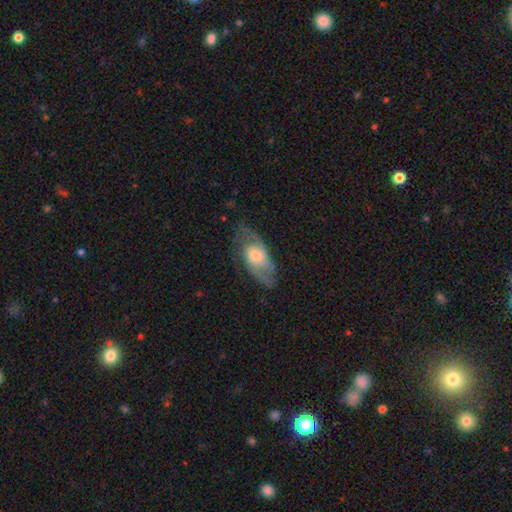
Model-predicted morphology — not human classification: Q: Smooth or featured?
A: featured or disk (62%); runner-up: smooth (31%)
Q: Edge-on disk?
A: no (89%); runner-up: yes (11%)
Q: Bar?
A: no (66%); runner-up: weak (29%)
Q: Spiral arms?
A: yes (82%); runner-up: no (18%)
Q: Bulge size?
A: moderate (48%); runner-up: large (27%)
Q: Merging?
A: none (66%); runner-up: minor disturbance (22%)